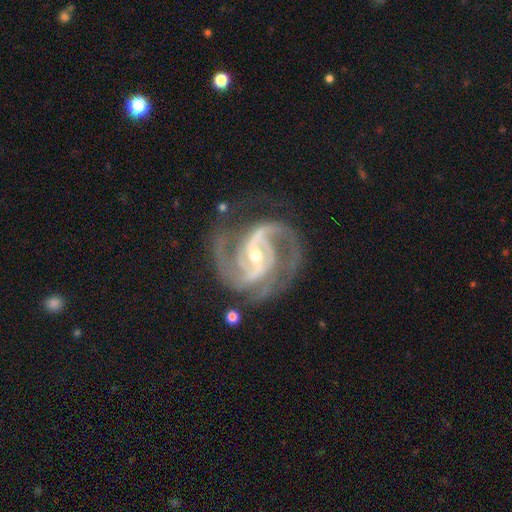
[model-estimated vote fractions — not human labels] Morphology: type=featured or disk (94%); edge-on=no (98%); bar=weak (40%); spiral arms=yes (99%); winding=medium (56%); arm count=2 (51%); bulge=small (53%); merging=none (67%).